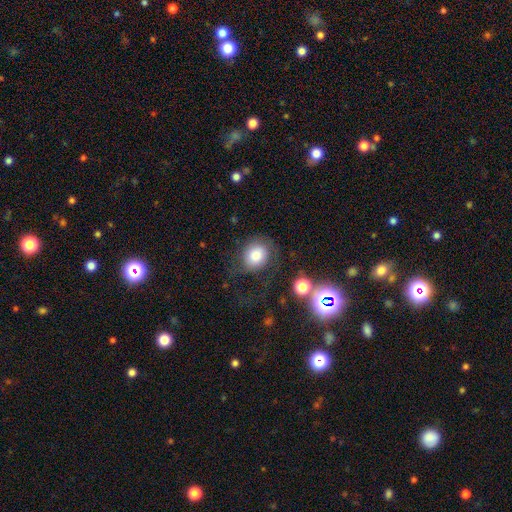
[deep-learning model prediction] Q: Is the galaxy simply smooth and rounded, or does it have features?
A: smooth — 74%.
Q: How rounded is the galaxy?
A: round — 62%.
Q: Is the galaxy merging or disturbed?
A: none — 58%.